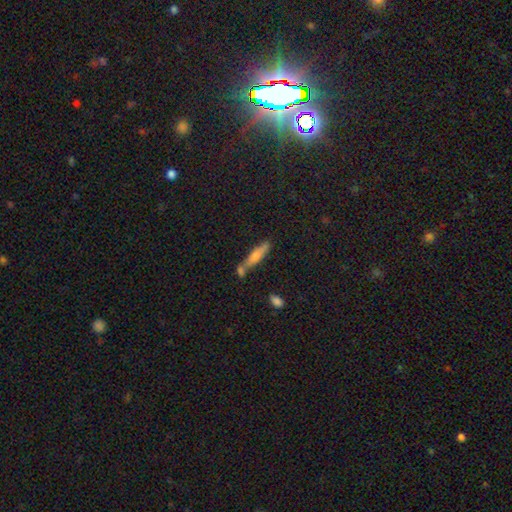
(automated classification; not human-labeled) Q: Smooth or featured?
A: smooth (57%); runner-up: featured or disk (33%)
Q: How rounded?
A: cigar-shaped (78%); runner-up: in between (19%)
Q: Merging?
A: none (59%); runner-up: merger (22%)